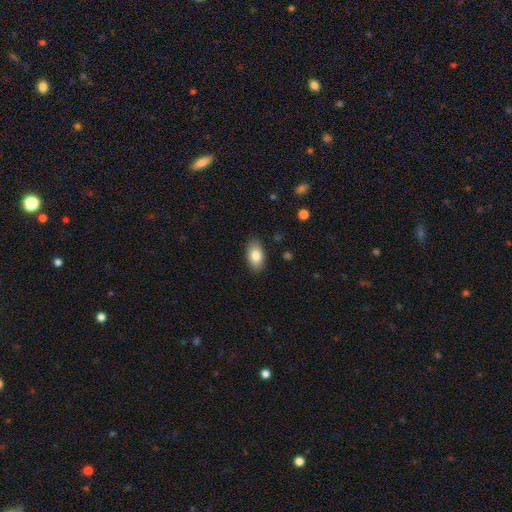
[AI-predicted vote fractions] smooth_or_featured: smooth (p=0.81) [alt: featured or disk p=0.11]
how_rounded: in between (p=0.92) [alt: round p=0.06]
merging: none (p=0.88) [alt: minor disturbance p=0.09]